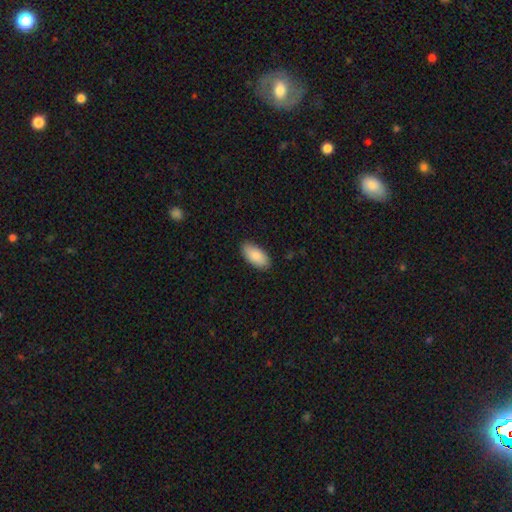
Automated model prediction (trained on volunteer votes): Overall: smooth (87%). How rounded: in between (93%). Merging: none (86%).